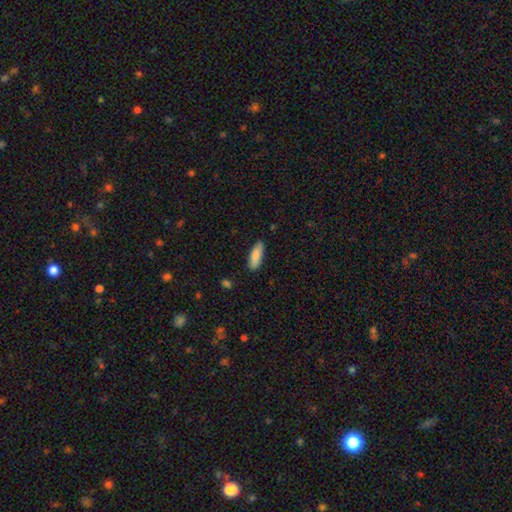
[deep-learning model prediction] Smooth or featured?
  - smooth: 87% *
  - featured or disk: 7%
  - star or artifact: 6%
How rounded?
  - in between: 63% *
  - cigar-shaped: 35%
  - round: 2%
Merging?
  - none: 85% *
  - minor disturbance: 12%
  - major disturbance: 2%
  - merger: 1%